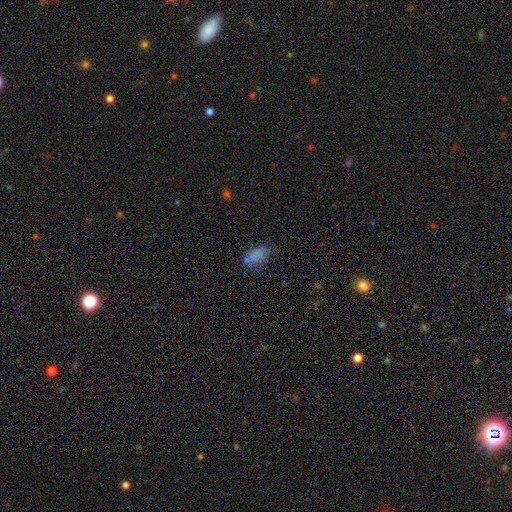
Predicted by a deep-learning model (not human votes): Morphology: type=smooth (73%); roundness=in between (89%); merging=none (45%).